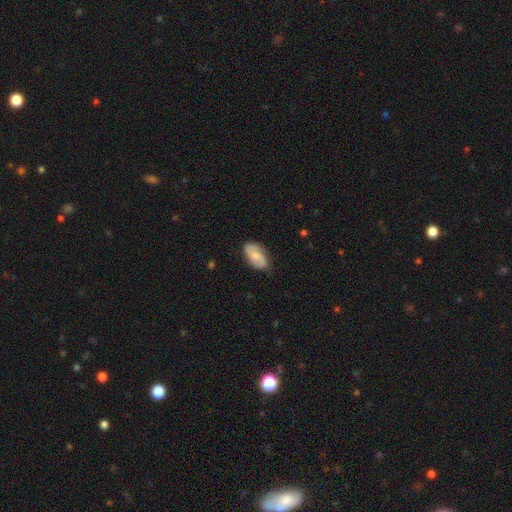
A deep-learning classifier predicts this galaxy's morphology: smooth_or_featured: featured or disk (p=0.51) [alt: smooth p=0.42]
disk_edge_on: no (p=0.95) [alt: yes p=0.05]
merging: none (p=0.77) [alt: minor disturbance p=0.17]